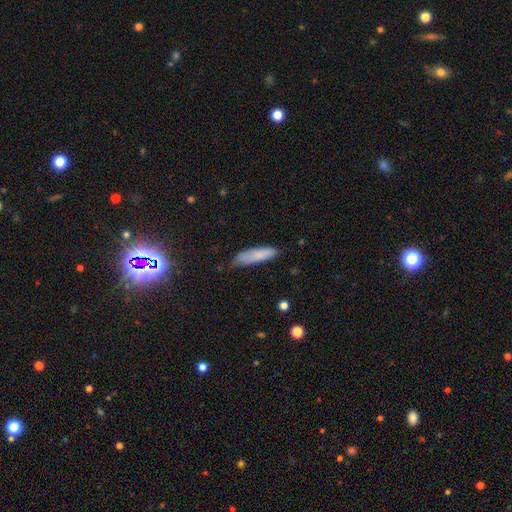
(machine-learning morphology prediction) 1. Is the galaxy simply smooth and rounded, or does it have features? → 79% smooth, 14% featured or disk, 7% star or artifact.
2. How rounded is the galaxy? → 68% cigar-shaped, 30% in between, 2% round.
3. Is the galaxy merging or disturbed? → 66% none, 28% minor disturbance, 5% major disturbance, 2% merger.